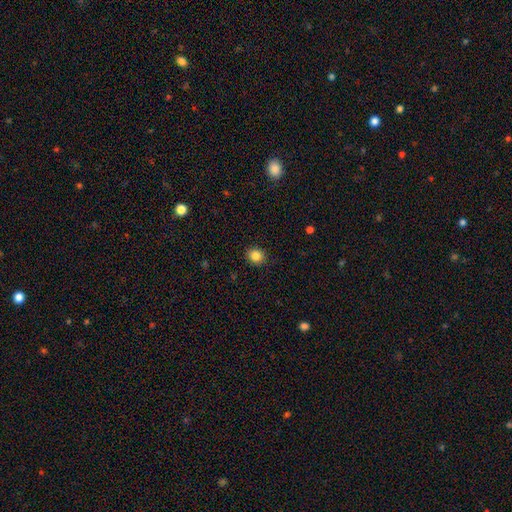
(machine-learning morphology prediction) This appears to be a smooth galaxy with no disk features (84%) that is round (77%). Merging: none (90%).